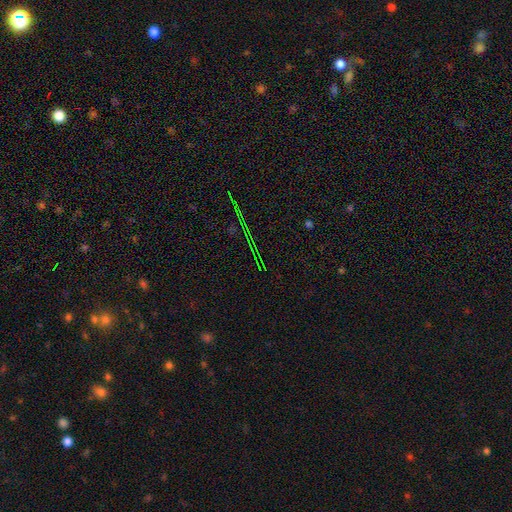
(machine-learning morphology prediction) Overall: star or artifact (73%).